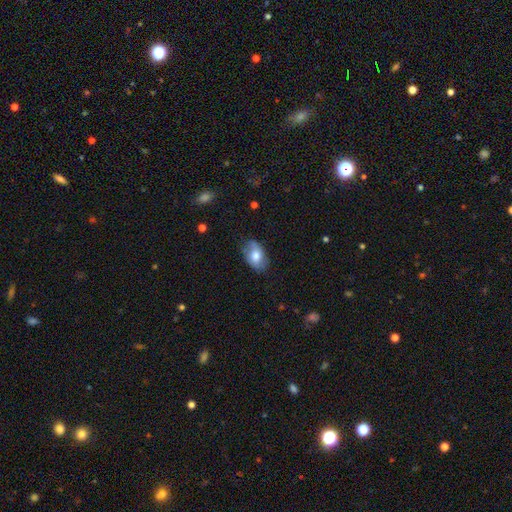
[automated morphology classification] smooth-or-featured: smooth: 69% | featured or disk: 24% | star or artifact: 7%
  how-rounded: in between: 88% | round: 10% | cigar-shaped: 1%
  merging: none: 72% | minor disturbance: 22% | major disturbance: 5% | merger: 1%